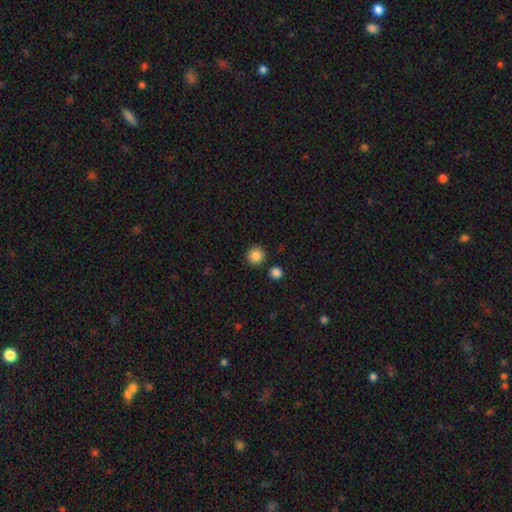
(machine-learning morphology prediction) smooth-or-featured: smooth: 86% | star or artifact: 10% | featured or disk: 4%
  how-rounded: round: 94% | in between: 5% | cigar-shaped: 1%
  merging: none: 87% | minor disturbance: 6% | merger: 4% | major disturbance: 2%